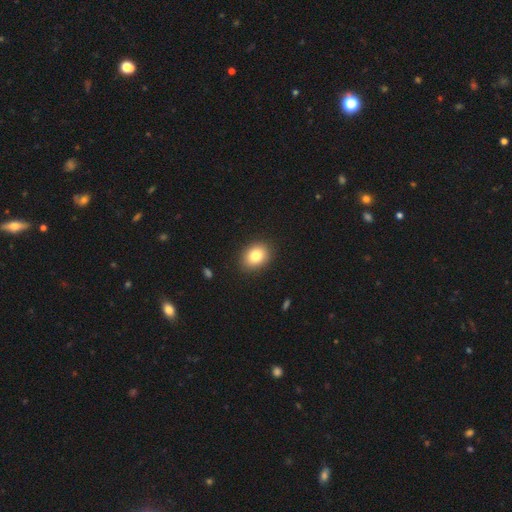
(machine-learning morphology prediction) Smooth or featured?
  - smooth: 82% *
  - star or artifact: 9%
  - featured or disk: 9%
How rounded?
  - in between: 57% *
  - round: 42%
  - cigar-shaped: 1%
Merging?
  - none: 90% *
  - minor disturbance: 7%
  - major disturbance: 2%
  - merger: 1%